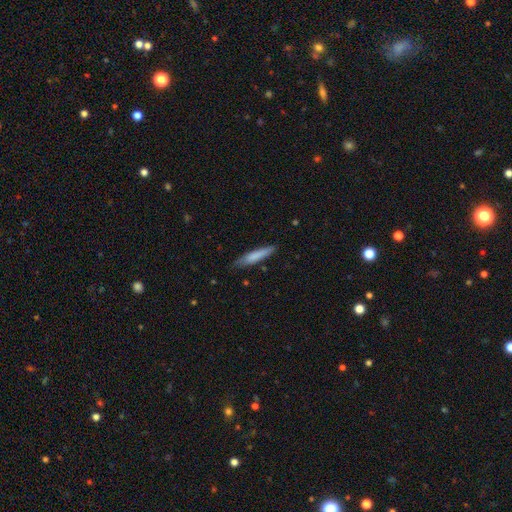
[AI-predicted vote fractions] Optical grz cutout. It shows a smooth galaxy with no disk features (77%) that is cigar-shaped (88%). Merging: none (76%).